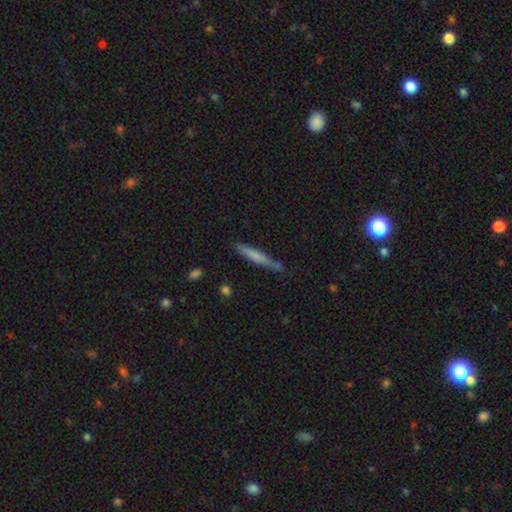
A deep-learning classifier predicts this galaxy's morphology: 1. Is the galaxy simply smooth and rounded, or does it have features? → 61% smooth, 32% featured or disk, 6% star or artifact.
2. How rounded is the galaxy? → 95% cigar-shaped, 4% in between, 1% round.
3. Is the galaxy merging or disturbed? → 80% none, 15% minor disturbance, 3% major disturbance, 2% merger.